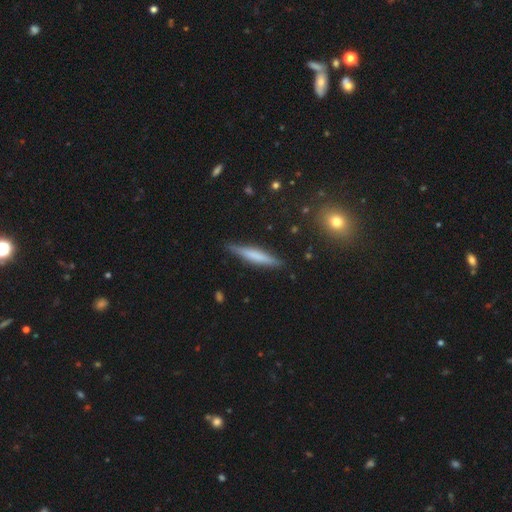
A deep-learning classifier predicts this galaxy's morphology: This is possibly a smooth galaxy (51%). How rounded: clearly cigar-shaped (92%). Merging: clearly none (88%).